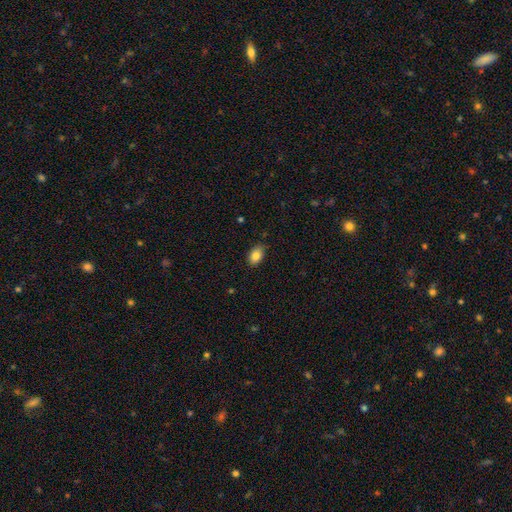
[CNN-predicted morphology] Smooth or featured: smooth — 83% (featured or disk — 9%)
How rounded: in between — 86% (round — 12%)
Merging: none — 84% (minor disturbance — 13%)